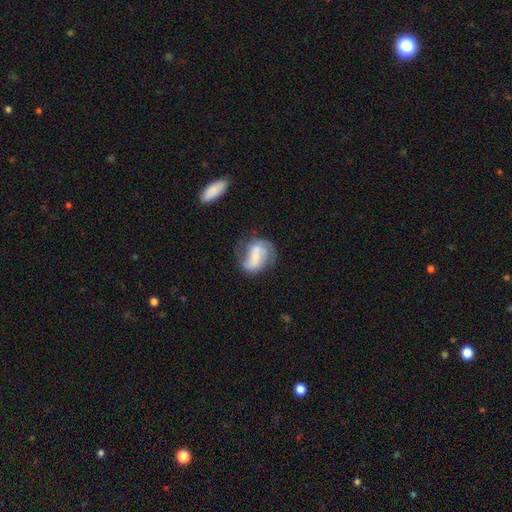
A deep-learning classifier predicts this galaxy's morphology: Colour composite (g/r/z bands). It shows a featured or disk galaxy (65%) with a weak bar (42%), 2 (77%) medium (42%) spiral arms (84%) and a small central bulge (48%). Merging: none (54%).